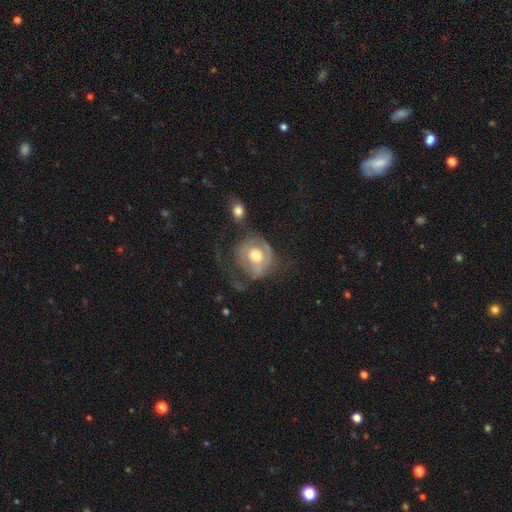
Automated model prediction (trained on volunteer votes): featured or disk 56%, smooth 37%, star or artifact 7%. Down the decision tree: edge-on disk — no (96%); bar — no (78%); spiral arms — yes (59%); bulge size — moderate (58%); merging — major disturbance (40%).